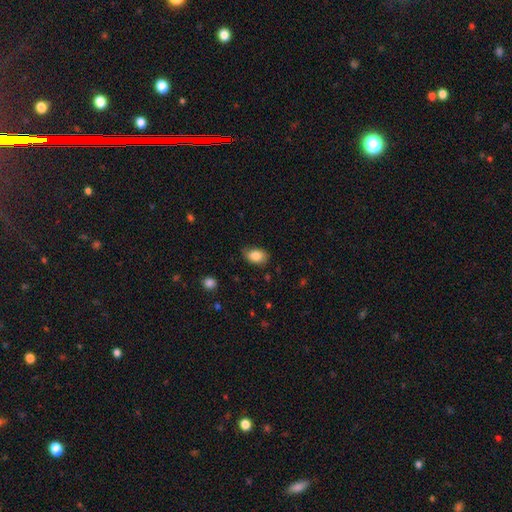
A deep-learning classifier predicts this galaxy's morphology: The model was most divided on "merging": none: 77%, minor disturbance: 19%, major disturbance: 3%, merger: 1%. More confident: how rounded — in between (85%); smooth or featured — smooth (84%).